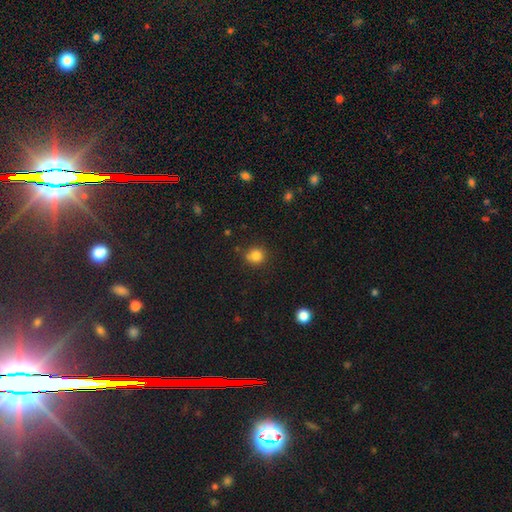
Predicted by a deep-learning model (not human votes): Smooth or featured? smooth (82%)
How rounded? round (86%)
Merging? none (78%)